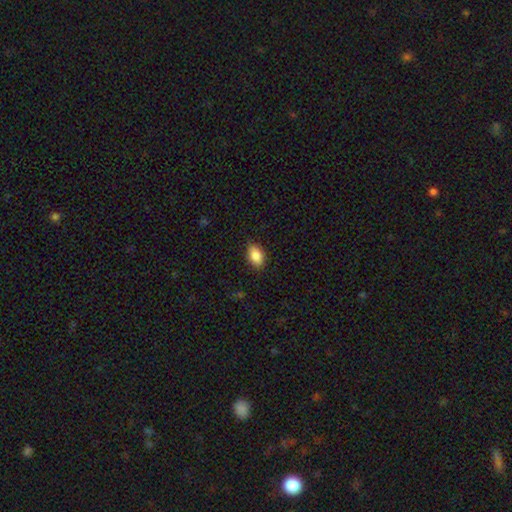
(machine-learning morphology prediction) The model was most divided on "merging": none: 84%, minor disturbance: 13%, major disturbance: 2%, merger: 1%. More confident: how rounded — in between (88%); smooth or featured — smooth (87%).